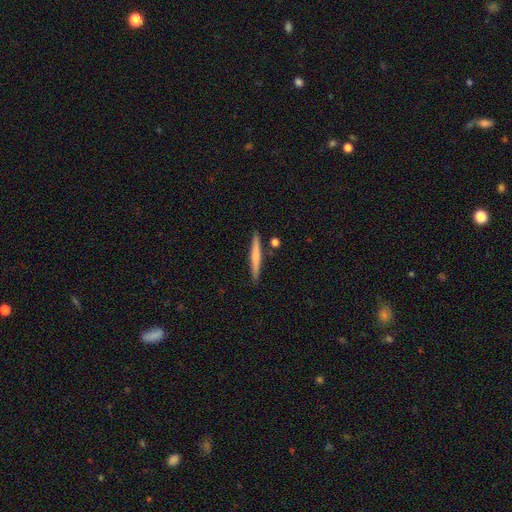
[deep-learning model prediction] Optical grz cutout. It shows a smooth galaxy with no disk features (64%) that is cigar-shaped (95%). Merging: none (86%).